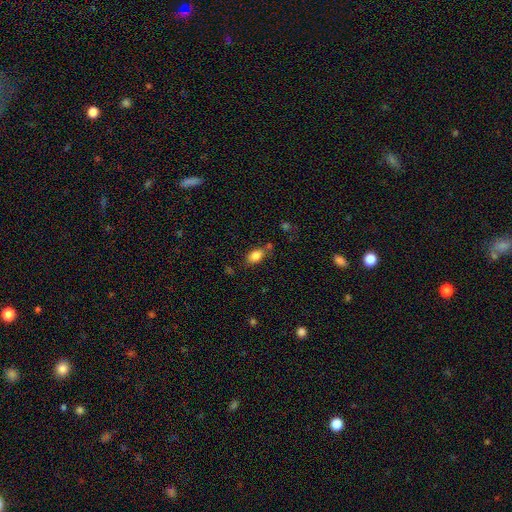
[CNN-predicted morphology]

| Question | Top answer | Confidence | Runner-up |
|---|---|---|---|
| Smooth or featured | smooth | 85% | star or artifact (9%) |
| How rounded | in between | 88% | round (8%) |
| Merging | none | 68% | minor disturbance (17%) |